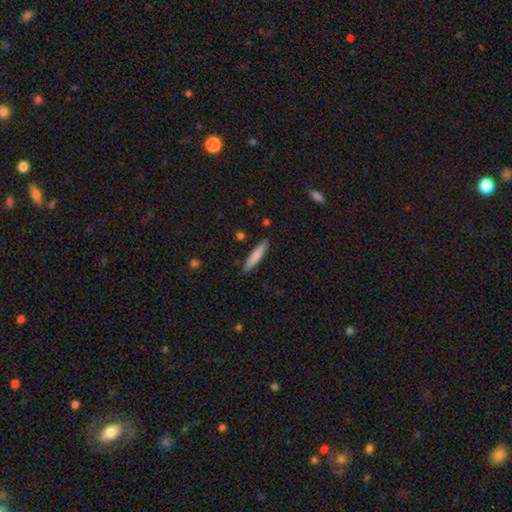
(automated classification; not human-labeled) Smooth or featured? smooth (79%)
How rounded? cigar-shaped (91%)
Merging? none (88%)